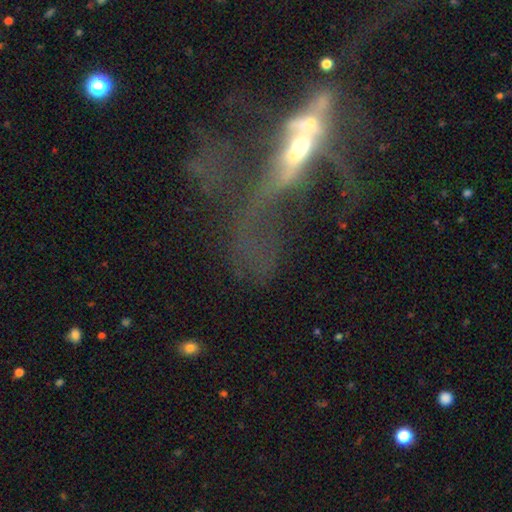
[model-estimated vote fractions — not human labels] Smooth or featured?
  - featured or disk: 63% *
  - smooth: 20%
  - star or artifact: 17%
Edge-on disk?
  - no: 63% *
  - yes: 37%
Merging?
  - major disturbance: 43% *
  - merger: 39%
  - none: 11%
  - minor disturbance: 7%